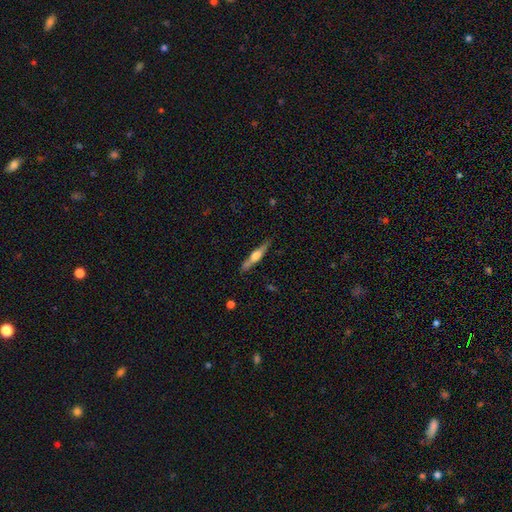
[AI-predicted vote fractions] smooth-or-featured: featured or disk: 57% | smooth: 37% | star or artifact: 6%
  disk-edge-on: yes: 95% | no: 5%
    edge-on-bulge: rounded: 81% | boxy: 13% | none: 6%
  merging: none: 81% | minor disturbance: 13% | major disturbance: 3% | merger: 3%